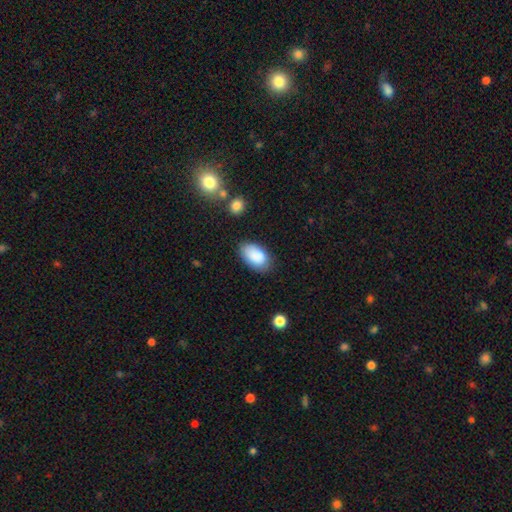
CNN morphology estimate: type=smooth (87%); roundness=in between (94%); merging=none (78%).